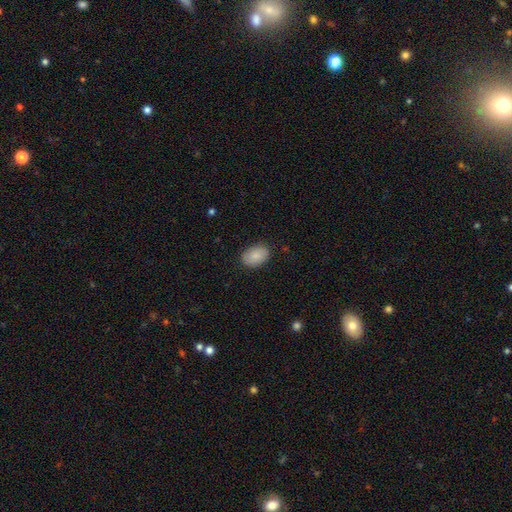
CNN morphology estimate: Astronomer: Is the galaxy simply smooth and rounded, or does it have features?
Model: smooth — 88%.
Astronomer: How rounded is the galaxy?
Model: in between — 85%.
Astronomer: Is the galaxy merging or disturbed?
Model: none — 87%.